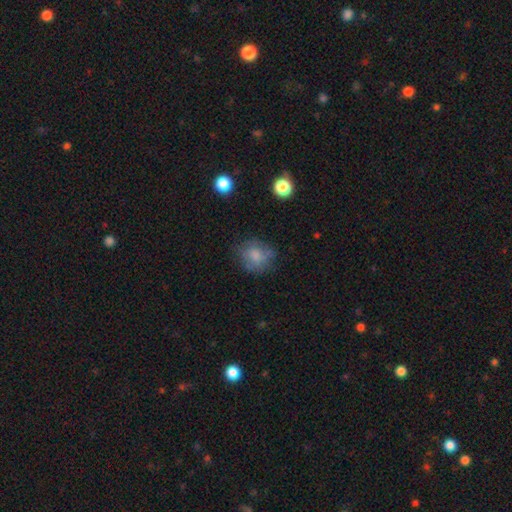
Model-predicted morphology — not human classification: A smooth galaxy with no disk features (71%) that is round (73%). Merging: none (63%).